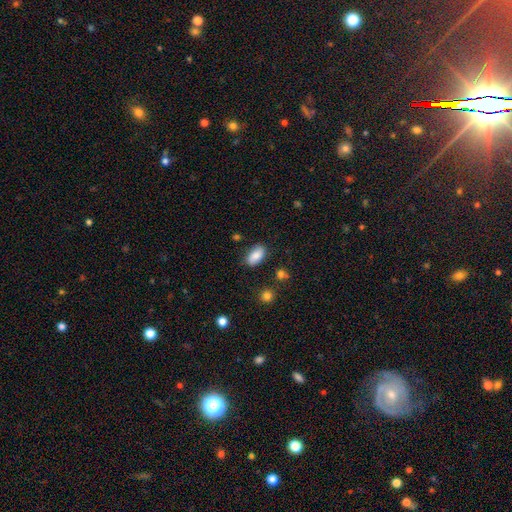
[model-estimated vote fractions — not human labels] A smooth galaxy with no disk features (85%) that is in between round and cigar-shaped (93%). Merging: none (81%).